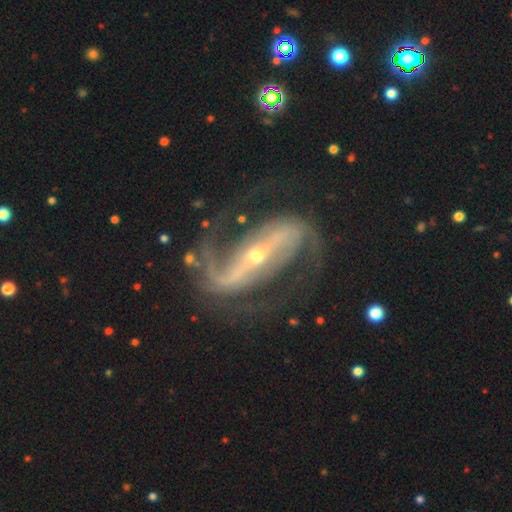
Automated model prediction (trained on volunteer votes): This appears to be a featured or disk galaxy (91%) with a strong bar (72%), 2 (93%) medium (46%) spiral arms (97%) and a small central bulge (69%). Merging: none (73%).